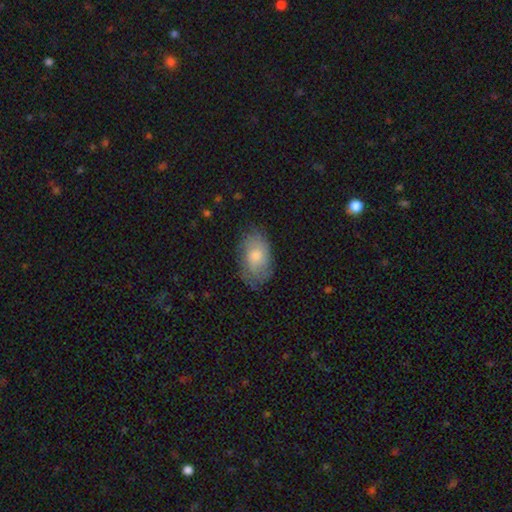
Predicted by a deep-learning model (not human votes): Smooth or featured? Predicted: smooth (p=0.60). How rounded? Predicted: in between (p=0.89). Merging? Predicted: none (p=0.73).